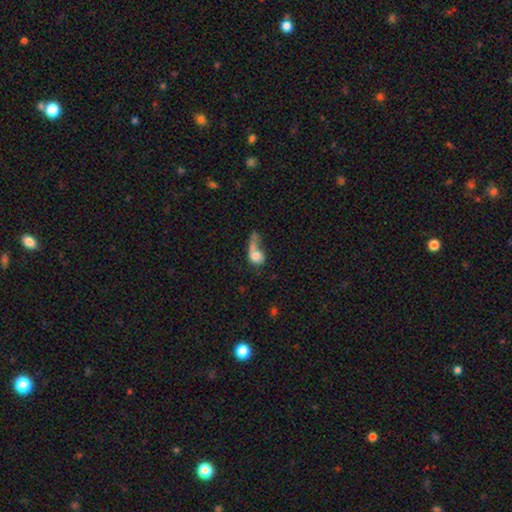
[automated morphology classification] Smooth or featured: smooth — 63% (featured or disk — 28%)
How rounded: in between — 49% (round — 45%)
Merging: major disturbance — 43% (merger — 26%)